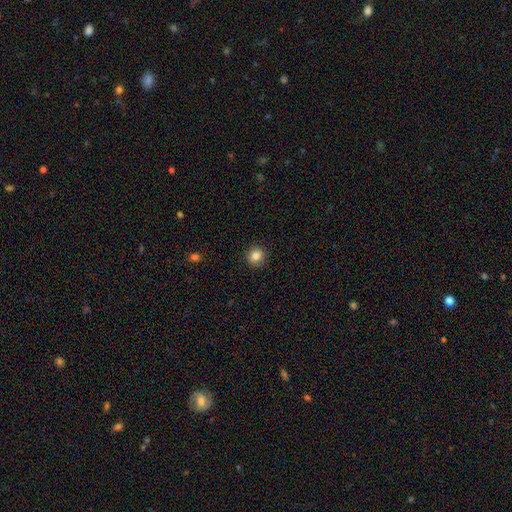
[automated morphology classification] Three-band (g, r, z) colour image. It shows a smooth galaxy with no disk features (84%) that is round (92%). Merging: none (92%).